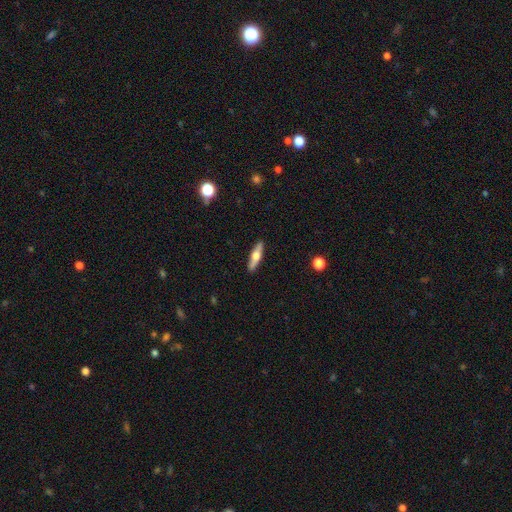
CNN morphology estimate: smooth-or-featured: featured or disk: 50% | smooth: 44% | star or artifact: 6%
  disk-edge-on: yes: 91% | no: 9%
  merging: none: 90% | minor disturbance: 7% | major disturbance: 2% | merger: 1%